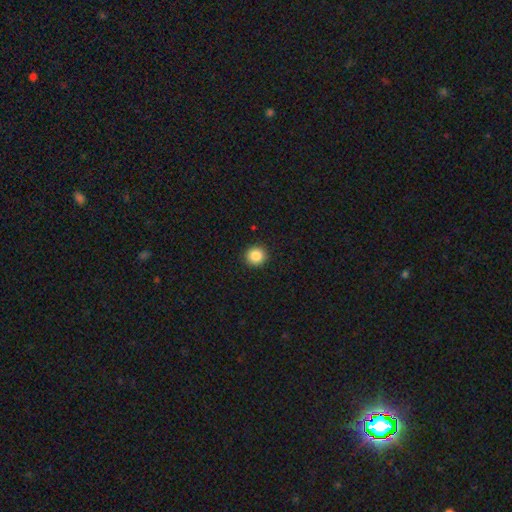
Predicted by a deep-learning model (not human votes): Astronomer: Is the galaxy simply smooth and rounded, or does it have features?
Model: smooth — 87%.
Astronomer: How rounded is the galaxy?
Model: round — 94%.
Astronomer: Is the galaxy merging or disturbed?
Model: none — 92%.